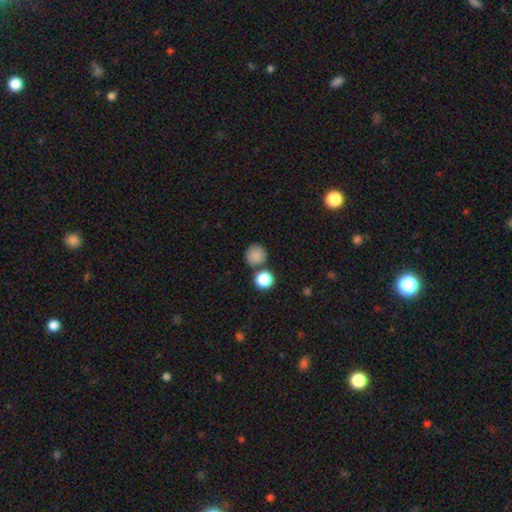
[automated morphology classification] This appears to be a smooth galaxy with no disk features (84%) that is round (92%). Merging: none (73%).